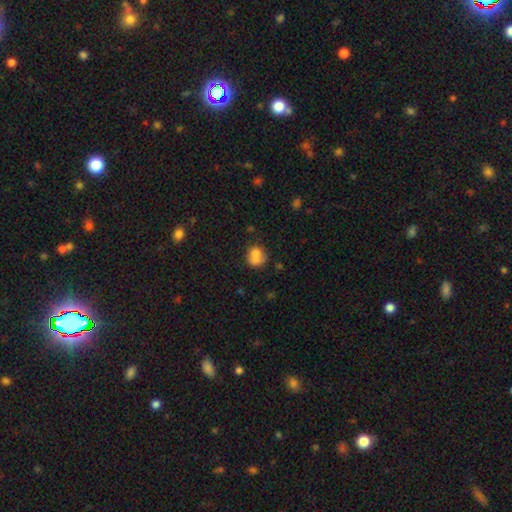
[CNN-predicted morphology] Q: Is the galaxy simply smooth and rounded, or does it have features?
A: smooth — 71%.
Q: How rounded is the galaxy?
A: round — 65%.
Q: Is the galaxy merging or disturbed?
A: merger — 45%.